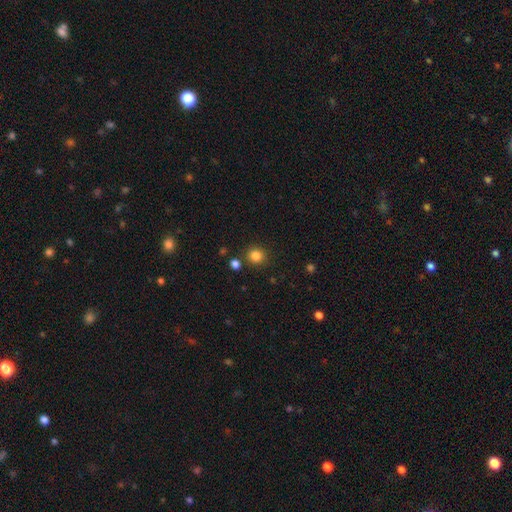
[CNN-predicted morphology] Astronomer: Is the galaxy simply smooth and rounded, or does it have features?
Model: smooth — 83%.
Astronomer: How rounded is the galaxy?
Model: round — 90%.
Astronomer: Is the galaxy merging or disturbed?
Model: none — 86%.